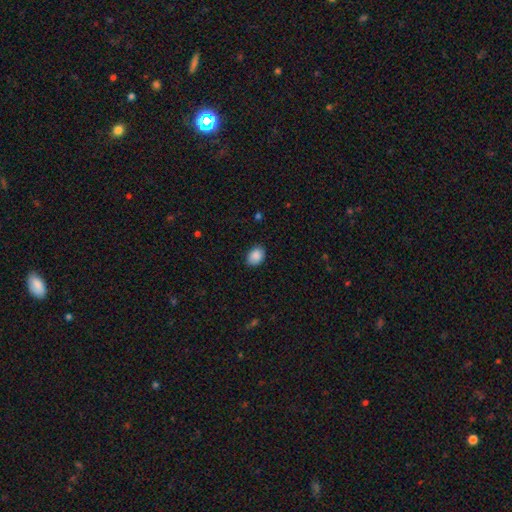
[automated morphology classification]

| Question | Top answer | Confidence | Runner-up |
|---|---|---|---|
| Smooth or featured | smooth | 89% | star or artifact (8%) |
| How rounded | in between | 68% | round (31%) |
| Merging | none | 83% | minor disturbance (13%) |